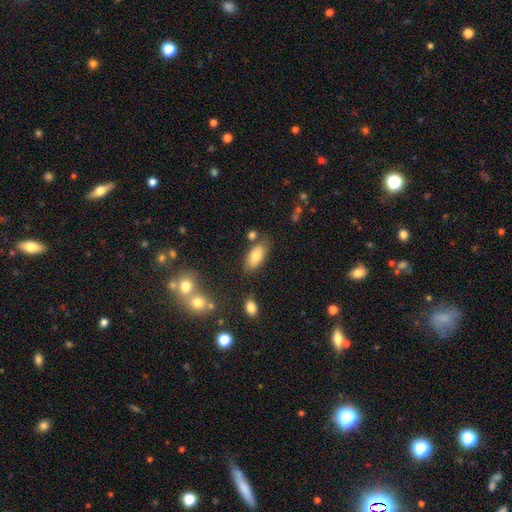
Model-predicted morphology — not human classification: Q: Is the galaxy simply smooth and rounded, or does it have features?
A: smooth — 79%.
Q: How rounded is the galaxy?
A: in between — 91%.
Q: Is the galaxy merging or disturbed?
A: none — 74%.